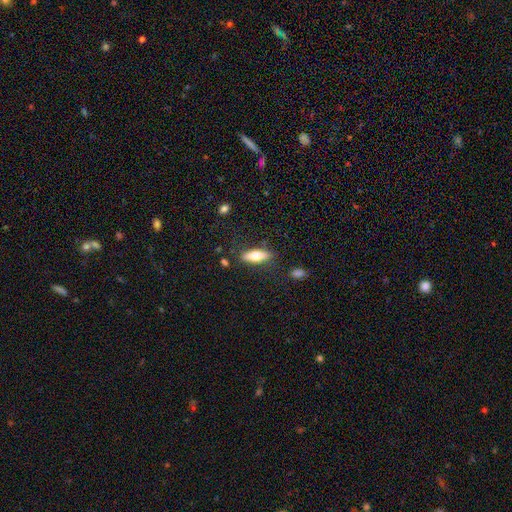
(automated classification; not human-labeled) The model was most divided on "how rounded": in between: 52%, cigar-shaped: 46%, round: 2%. More confident: merging — none (82%); smooth or featured — smooth (68%).